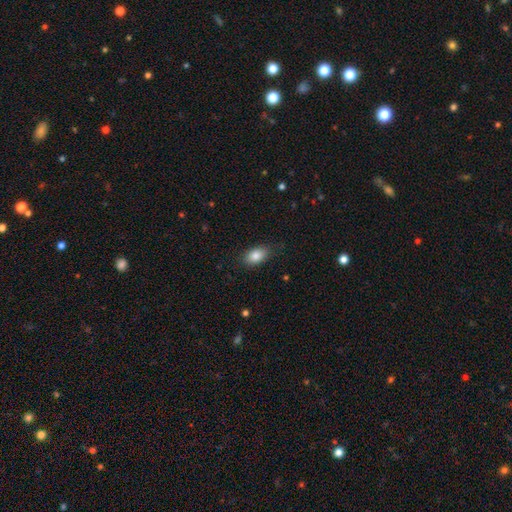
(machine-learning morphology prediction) smooth 84%, star or artifact 8%, featured or disk 8%. Down the decision tree: how rounded — in between (89%); merging — none (81%).